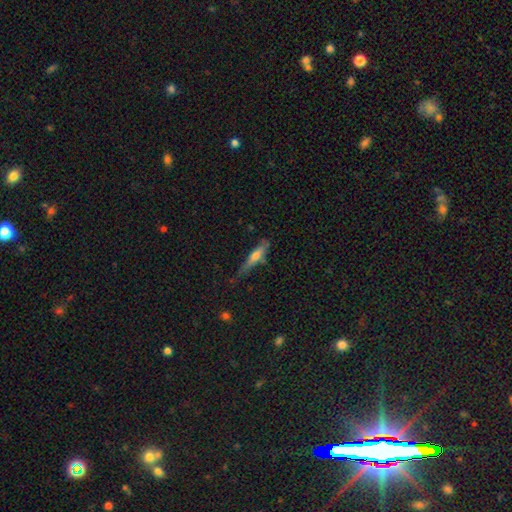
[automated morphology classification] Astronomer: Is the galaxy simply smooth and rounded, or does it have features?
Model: smooth — 53% (runner-up: featured or disk, 39%).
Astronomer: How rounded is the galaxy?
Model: cigar-shaped — 83%.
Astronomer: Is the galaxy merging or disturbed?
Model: none — 58%.